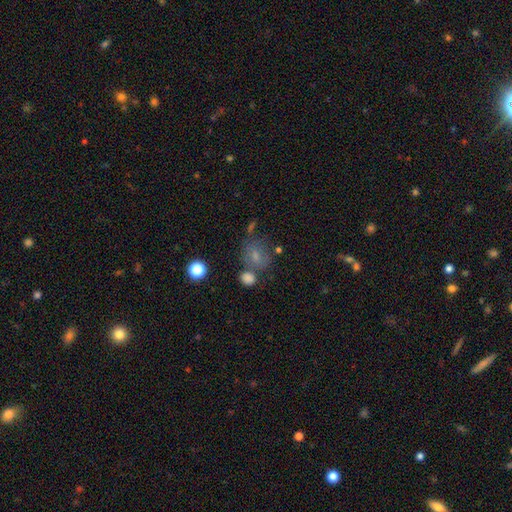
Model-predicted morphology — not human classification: This is likely a smooth galaxy (67%). How rounded: possibly round (60%). Merging: possibly none (52%).